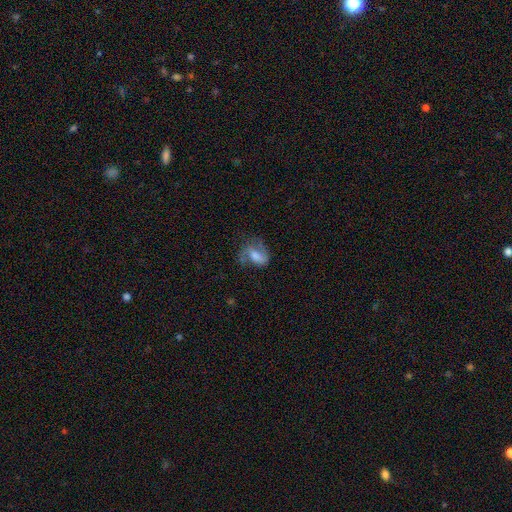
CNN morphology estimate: Smooth or featured? Predicted: featured or disk (p=0.58). Edge-on disk? Predicted: no (p=0.96). Bar? Predicted: weak (p=0.44). Spiral arms? Predicted: yes (p=0.86). Bulge size? Predicted: moderate (p=0.36). Merging? Predicted: none (p=0.51).